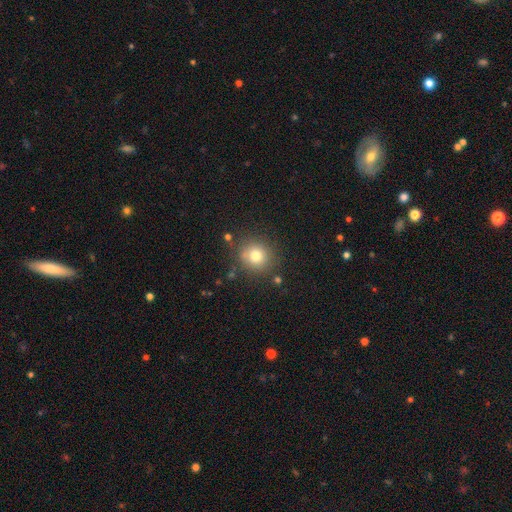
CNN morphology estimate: Q: Smooth or featured?
A: smooth (77%); runner-up: star or artifact (13%)
Q: How rounded?
A: round (90%); runner-up: in between (9%)
Q: Merging?
A: none (83%); runner-up: minor disturbance (10%)